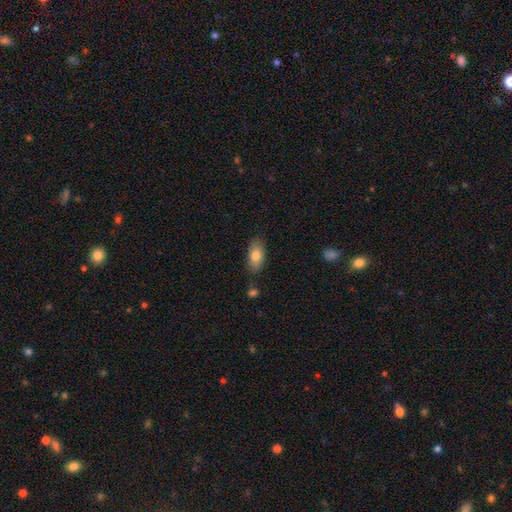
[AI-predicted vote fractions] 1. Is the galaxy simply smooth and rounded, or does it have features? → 80% smooth, 13% featured or disk, 7% star or artifact.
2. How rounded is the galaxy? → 90% in between, 6% cigar-shaped, 4% round.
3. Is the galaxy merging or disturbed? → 80% none, 14% minor disturbance, 3% merger, 3% major disturbance.